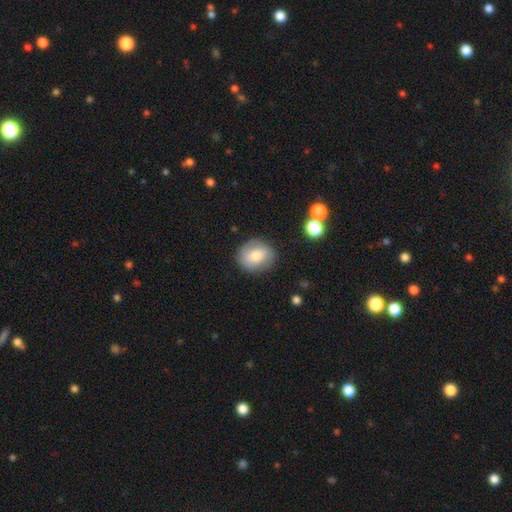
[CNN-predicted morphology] Smooth or featured: smooth — 66% (featured or disk — 25%)
How rounded: round — 72% (in between — 27%)
Merging: none — 82% (minor disturbance — 12%)